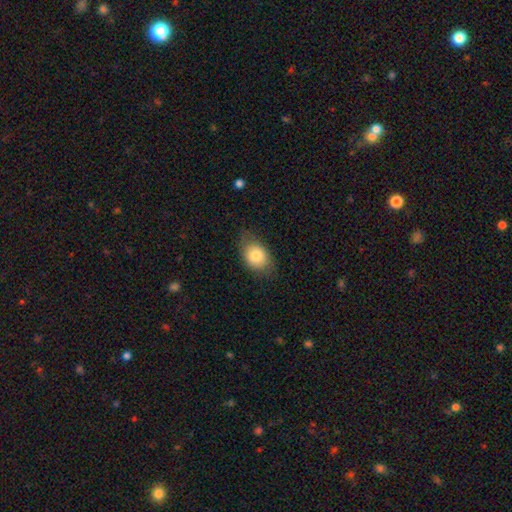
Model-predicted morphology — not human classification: Smooth or featured?
  - smooth: 81% *
  - featured or disk: 12%
  - star or artifact: 8%
How rounded?
  - in between: 73% *
  - round: 26%
  - cigar-shaped: 1%
Merging?
  - none: 72% *
  - minor disturbance: 22%
  - major disturbance: 5%
  - merger: 1%